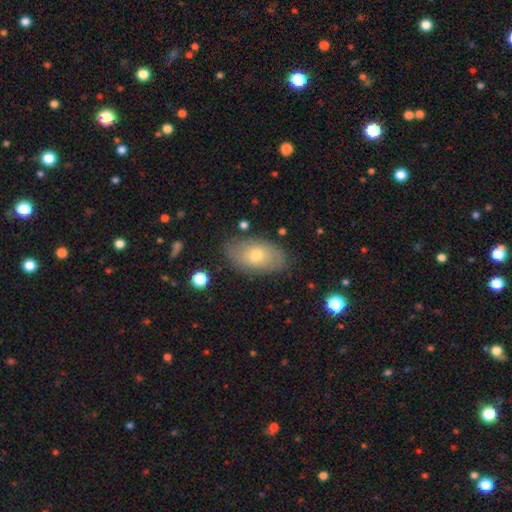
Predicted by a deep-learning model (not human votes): Morphology: type=smooth (53%); roundness=in between (91%); merging=none (83%).